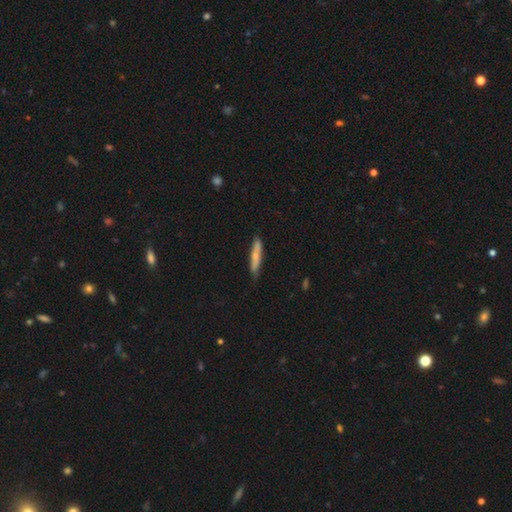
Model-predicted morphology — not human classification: type=smooth (71%); roundness=cigar-shaped (91%); merging=none (80%).